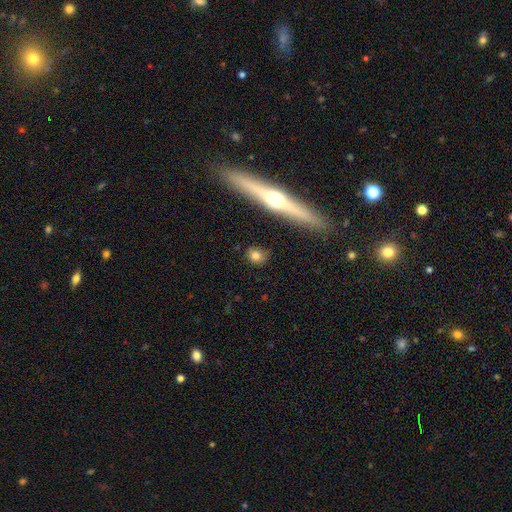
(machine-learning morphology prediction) The model was most divided on "how rounded": round: 74%, in between: 20%, cigar-shaped: 6%. More confident: merging — none (86%); smooth or featured — smooth (74%).